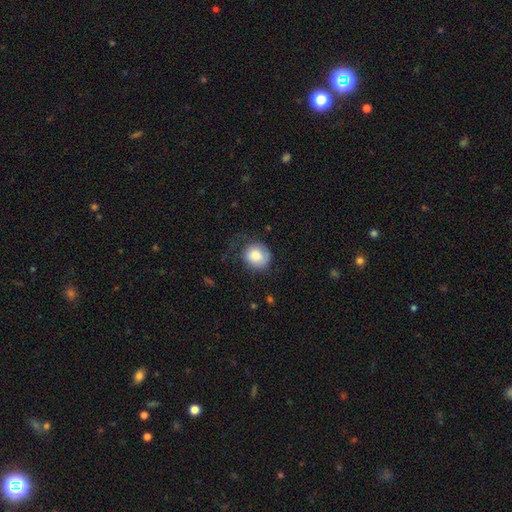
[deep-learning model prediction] Smooth or featured? Predicted: smooth (p=0.80). How rounded? Predicted: round (p=0.80). Merging? Predicted: none (p=0.50).